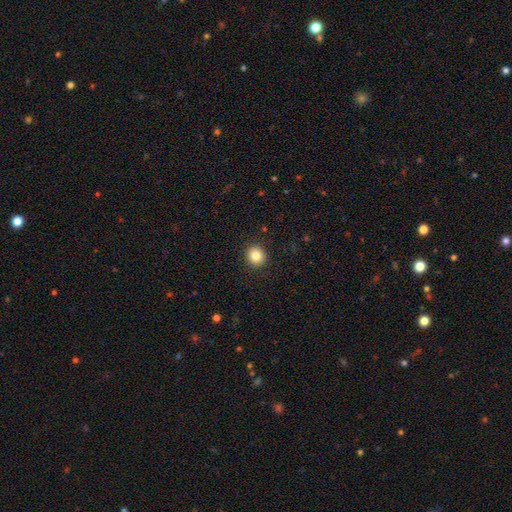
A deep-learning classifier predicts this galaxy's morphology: A smooth galaxy with no disk features (84%) that is round (89%).

Vote fractions:
- Smooth or featured? smooth: 84% / star or artifact: 10% / featured or disk: 6%
- How rounded? round: 89% / in between: 10% / cigar-shaped: 1%
- Merging? none: 92% / minor disturbance: 5% / major disturbance: 2% / merger: 1%